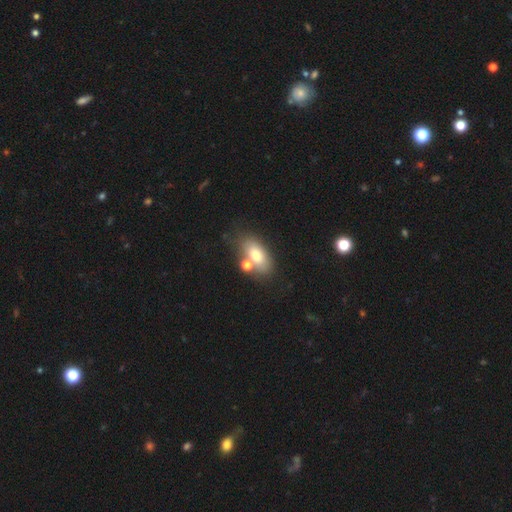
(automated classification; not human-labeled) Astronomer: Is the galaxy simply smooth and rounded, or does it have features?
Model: smooth — 71%.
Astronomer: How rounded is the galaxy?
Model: in between — 88%.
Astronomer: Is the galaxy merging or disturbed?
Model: none — 54%.